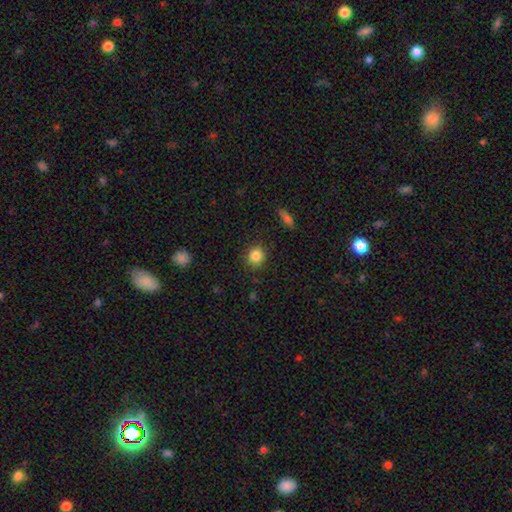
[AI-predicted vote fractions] A smooth galaxy with no disk features (85%) that is round (86%).

Vote fractions:
- Smooth or featured? smooth: 85% / star or artifact: 10% / featured or disk: 5%
- How rounded? round: 86% / in between: 13% / cigar-shaped: 1%
- Merging? none: 89% / minor disturbance: 8% / major disturbance: 2% / merger: 1%